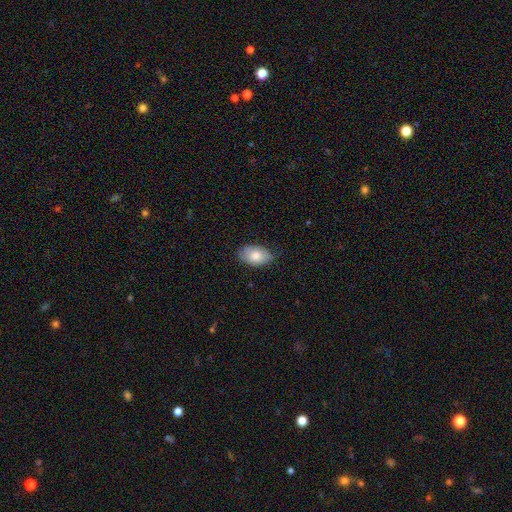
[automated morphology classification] Overall: smooth (81%). How rounded: in between (93%). Merging: none (79%).